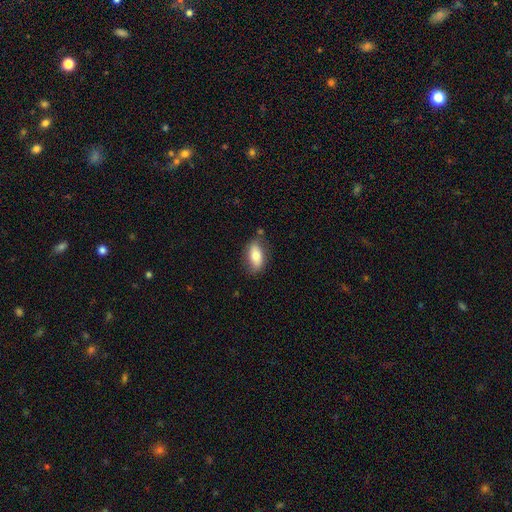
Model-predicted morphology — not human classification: Smooth or featured?
  - smooth: 75% *
  - featured or disk: 18%
  - star or artifact: 7%
How rounded?
  - in between: 85% *
  - cigar-shaped: 11%
  - round: 4%
Merging?
  - none: 74% *
  - minor disturbance: 18%
  - major disturbance: 4%
  - merger: 3%